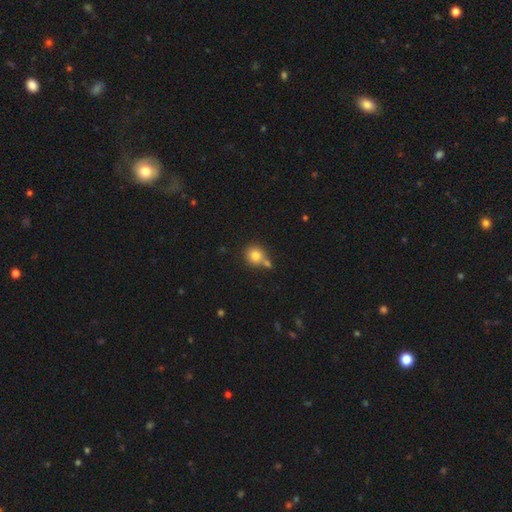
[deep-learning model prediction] smooth 81%, star or artifact 10%, featured or disk 9%. Down the decision tree: how rounded — round (87%); merging — none (57%).